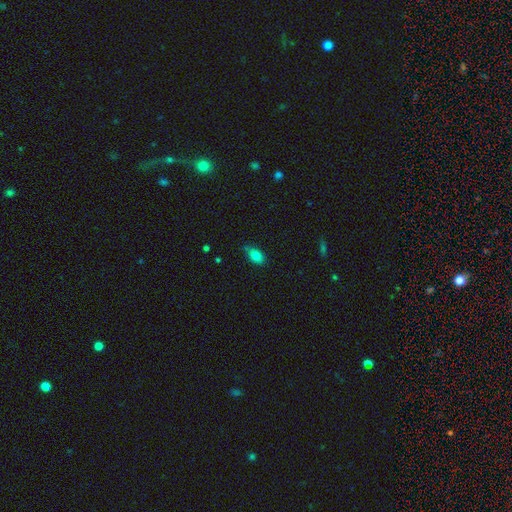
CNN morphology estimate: smooth-or-featured: smooth: 81% | featured or disk: 9% | star or artifact: 9%
  how-rounded: in between: 87% | round: 9% | cigar-shaped: 4%
  merging: none: 69% | minor disturbance: 25% | major disturbance: 4% | merger: 2%